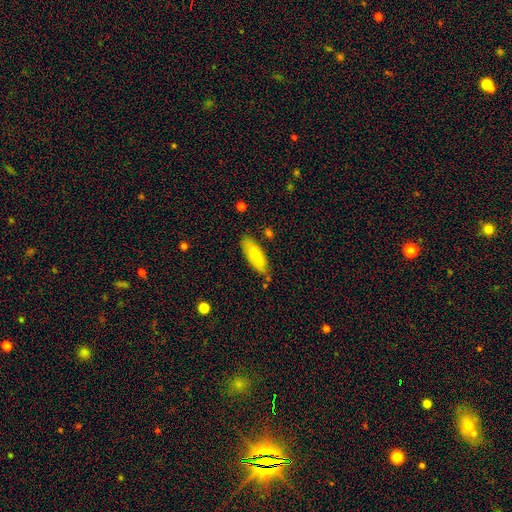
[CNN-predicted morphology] Smooth or featured?
  - smooth: 83% *
  - featured or disk: 12%
  - star or artifact: 6%
How rounded?
  - in between: 64% *
  - cigar-shaped: 35%
  - round: 2%
Merging?
  - none: 75% *
  - minor disturbance: 18%
  - merger: 4%
  - major disturbance: 3%